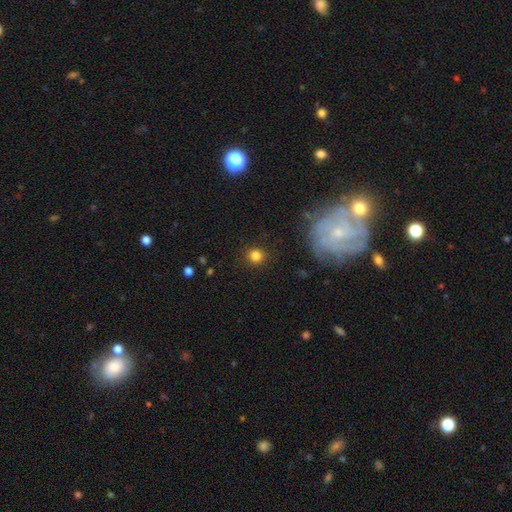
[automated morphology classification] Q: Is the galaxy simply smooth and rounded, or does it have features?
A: smooth — 82%.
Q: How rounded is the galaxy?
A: round — 90%.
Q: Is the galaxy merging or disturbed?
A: none — 90%.